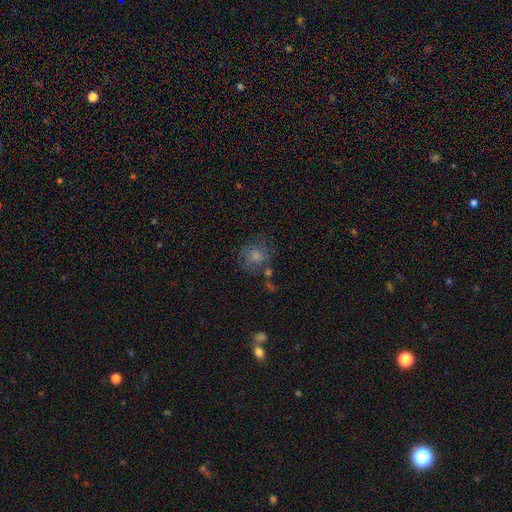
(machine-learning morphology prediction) A smooth galaxy with no disk features (66%) that is round (78%). Merging: none (53%).